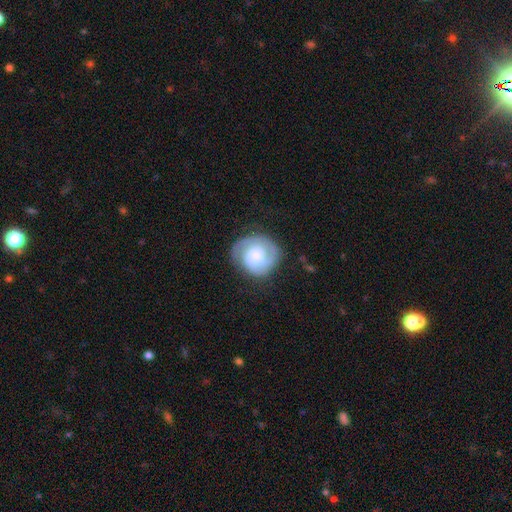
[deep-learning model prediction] This is likely a featured or disk galaxy (76%). It is clearly not viewed edge-on (98%). Bar: likely no (67%). Spiral arm pattern: clearly yes (96%). Spiral arm count: likely 2 (66%). Spiral winding: likely tight (63%). Central bulge: marginally small (39%). Merging: likely none (76%).